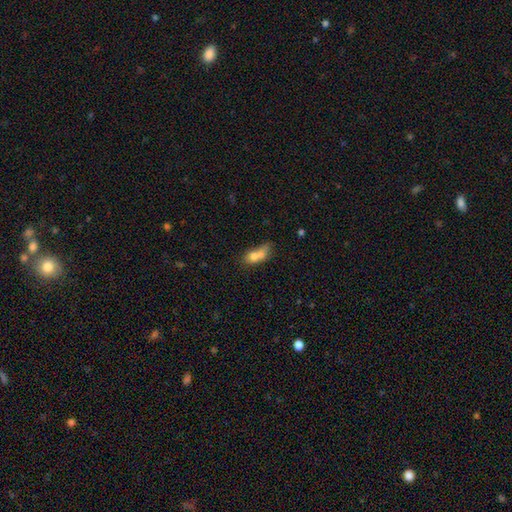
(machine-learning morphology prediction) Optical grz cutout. It shows a smooth galaxy with no disk features (69%) that is in between round and cigar-shaped (66%). Merging: merger (60%).